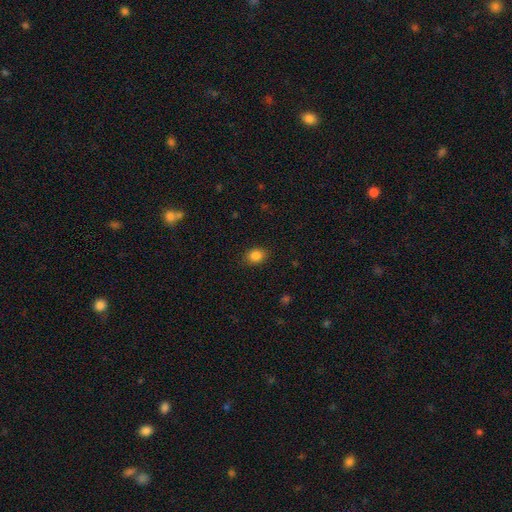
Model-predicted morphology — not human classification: smooth-or-featured: smooth: 86% | star or artifact: 10% | featured or disk: 4%
  how-rounded: in between: 59% | round: 39% | cigar-shaped: 1%
  merging: none: 88% | minor disturbance: 9% | major disturbance: 2% | merger: 1%